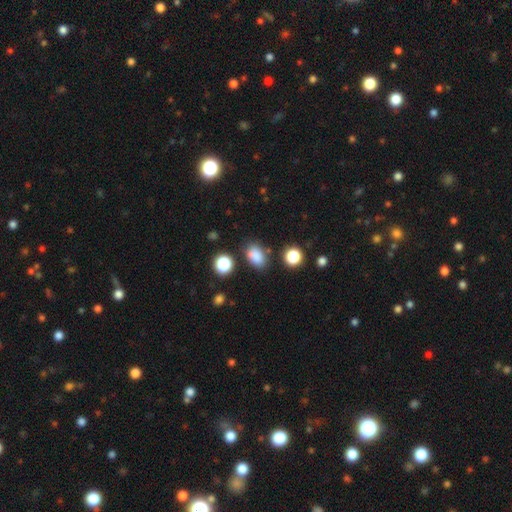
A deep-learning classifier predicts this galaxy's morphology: Overall: smooth (83%). How rounded: in between (82%). Merging: none (75%).